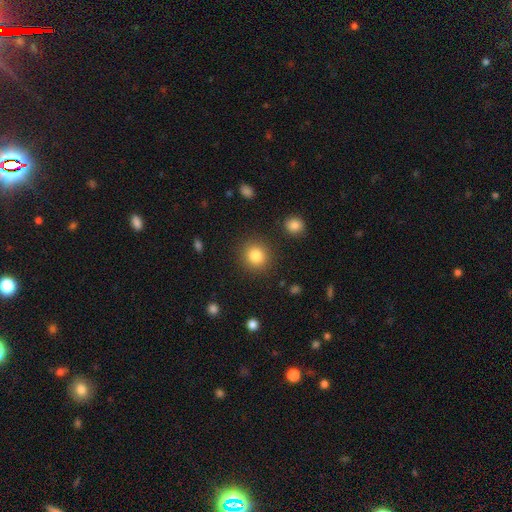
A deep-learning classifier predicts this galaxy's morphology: Smooth or featured? Predicted: smooth (p=0.83). How rounded? Predicted: round (p=0.90). Merging? Predicted: none (p=0.89).